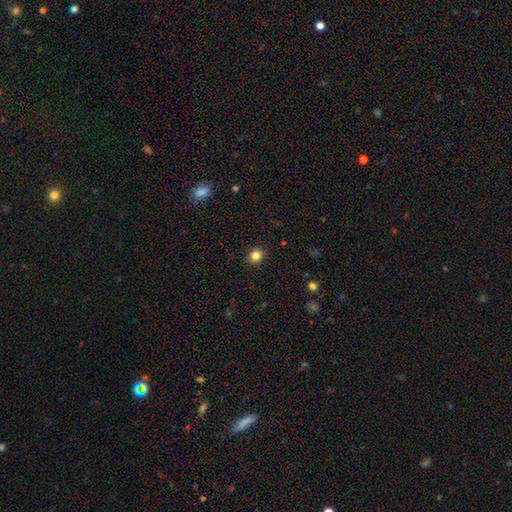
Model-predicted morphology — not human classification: Q: Smooth or featured?
A: smooth (84%); runner-up: star or artifact (12%)
Q: How rounded?
A: round (76%); runner-up: in between (23%)
Q: Merging?
A: none (90%); runner-up: minor disturbance (7%)